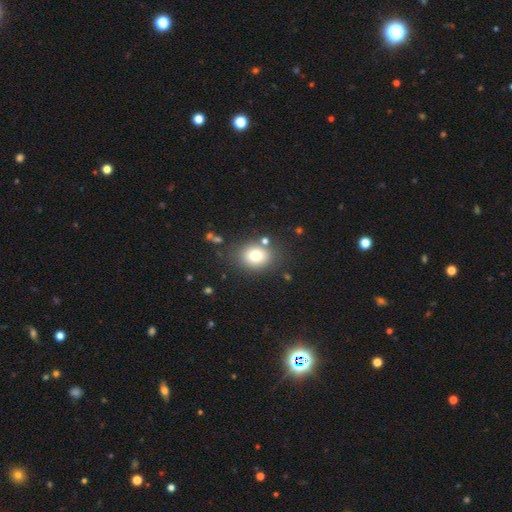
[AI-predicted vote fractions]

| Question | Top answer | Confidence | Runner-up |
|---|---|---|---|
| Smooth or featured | smooth | 77% | star or artifact (11%) |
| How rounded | round | 58% | in between (41%) |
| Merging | none | 79% | minor disturbance (11%) |